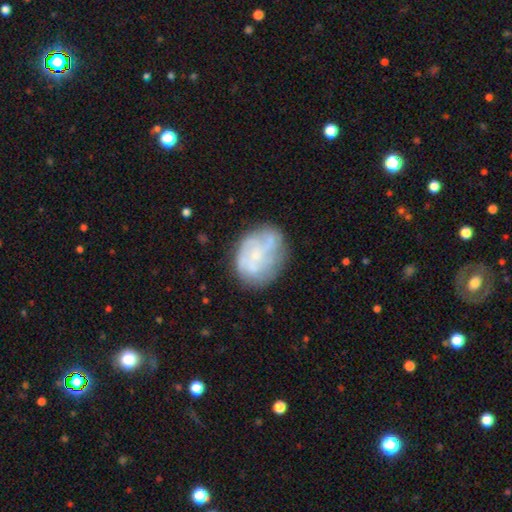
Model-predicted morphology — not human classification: smooth_or_featured: featured or disk (p=0.64) [alt: smooth p=0.28]
disk_edge_on: no (p=0.98) [alt: yes p=0.02]
bar: no (p=0.76) [alt: weak p=0.20]
has_spiral_arms: yes (p=0.65) [alt: no p=0.35]
bulge_size: small (p=0.58) [alt: none p=0.20]
merging: none (p=0.63) [alt: minor disturbance p=0.22]